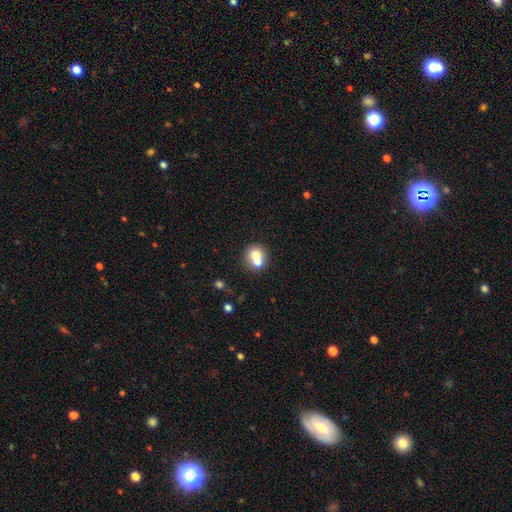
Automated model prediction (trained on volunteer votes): smooth_or_featured: smooth (p=0.68) [alt: featured or disk p=0.21]
how_rounded: round (p=0.81) [alt: in between p=0.18]
merging: merger (p=0.55) [alt: none p=0.36]